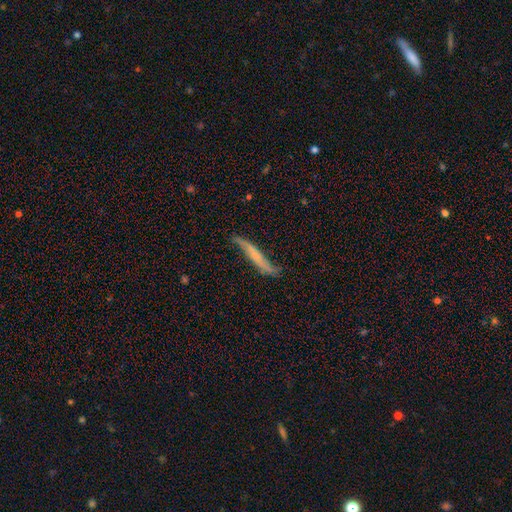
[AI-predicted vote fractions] This appears to be a featured or disk galaxy (64%) viewed edge-on (52%). Merging: none (58%).